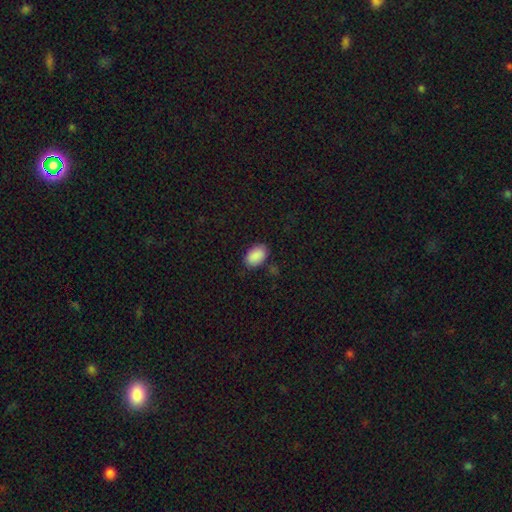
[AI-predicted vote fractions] Smooth or featured?
  - smooth: 90% *
  - star or artifact: 7%
  - featured or disk: 3%
How rounded?
  - in between: 92% *
  - round: 7%
  - cigar-shaped: 1%
Merging?
  - none: 82% *
  - minor disturbance: 13%
  - major disturbance: 3%
  - merger: 2%